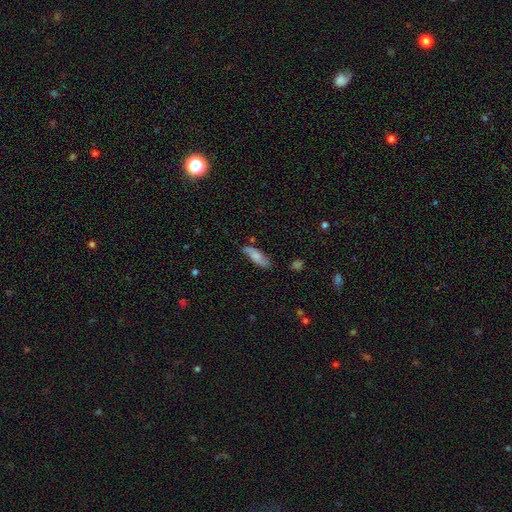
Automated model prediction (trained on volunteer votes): Q: Smooth or featured?
A: smooth (73%); runner-up: featured or disk (20%)
Q: How rounded?
A: in between (53%); runner-up: cigar-shaped (45%)
Q: Merging?
A: none (71%); runner-up: minor disturbance (22%)